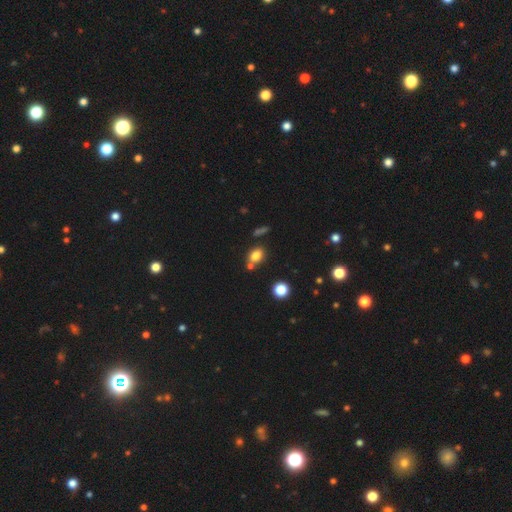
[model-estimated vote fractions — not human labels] smooth-or-featured: smooth: 79% | star or artifact: 13% | featured or disk: 8%
  how-rounded: in between: 67% | round: 31% | cigar-shaped: 2%
  merging: none: 63% | merger: 21% | minor disturbance: 12% | major disturbance: 4%